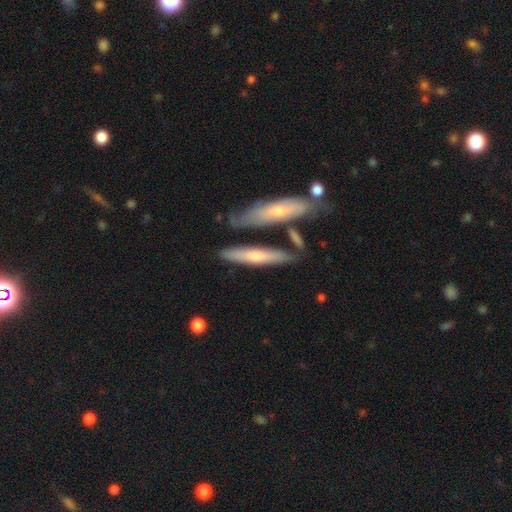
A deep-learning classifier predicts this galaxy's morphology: A featured or disk galaxy (59%) viewed edge-on (75%). Merging: none (65%).